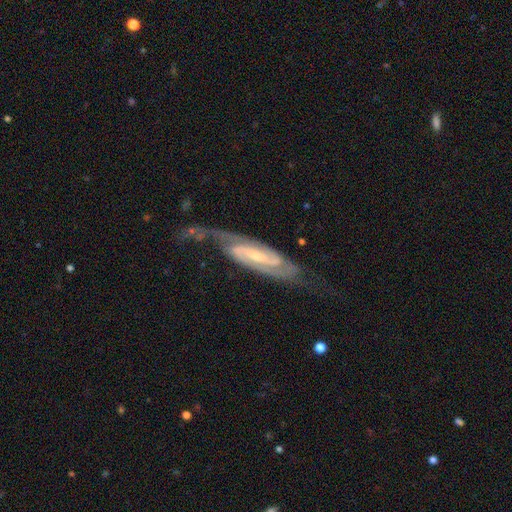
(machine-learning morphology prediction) A featured or disk galaxy (89%) with a strong bar (42%), 2 (89%) medium (46%) spiral arms (98%) and a small central bulge (61%).

Vote fractions:
- Smooth or featured? featured or disk: 89% / smooth: 6% / star or artifact: 5%
- Edge-on disk? no: 90% / yes: 10%
- Bar? strong: 42% / weak: 40% / no: 19%
- Spiral arms? yes: 98% / no: 2%
- Spiral winding? medium: 46% / tight: 36% / loose: 18%
- Spiral arm count? 2: 89% / can't tell: 5% / 3: 2% / 1: 2% / 4: 1% / more than 4: 1%
- Bulge size? small: 61% / moderate: 30% / none: 6% / large: 2% / dominant: 1%
- Merging? none: 57% / minor disturbance: 21% / major disturbance: 18% / merger: 4%